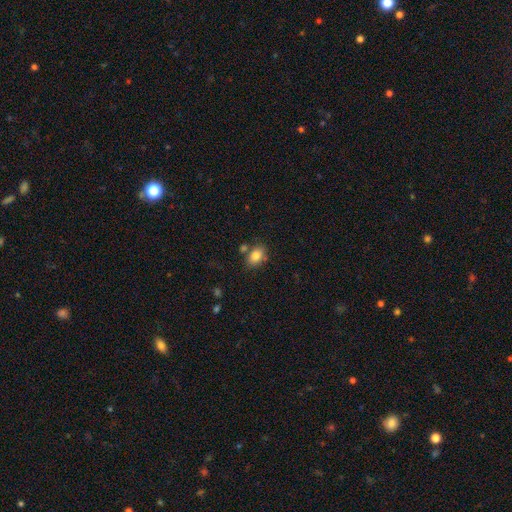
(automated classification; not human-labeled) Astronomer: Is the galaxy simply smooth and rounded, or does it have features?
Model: smooth — 81%.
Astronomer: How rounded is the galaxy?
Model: in between — 81%.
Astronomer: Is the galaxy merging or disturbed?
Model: none — 72%.